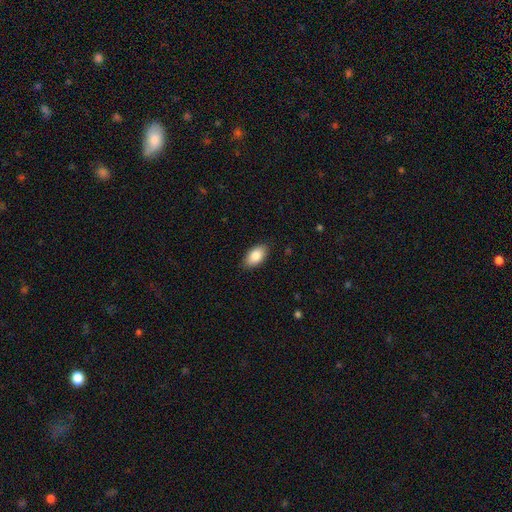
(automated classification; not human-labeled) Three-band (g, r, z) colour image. It shows a smooth galaxy with no disk features (85%) that is in between round and cigar-shaped (94%). Merging: none (87%).